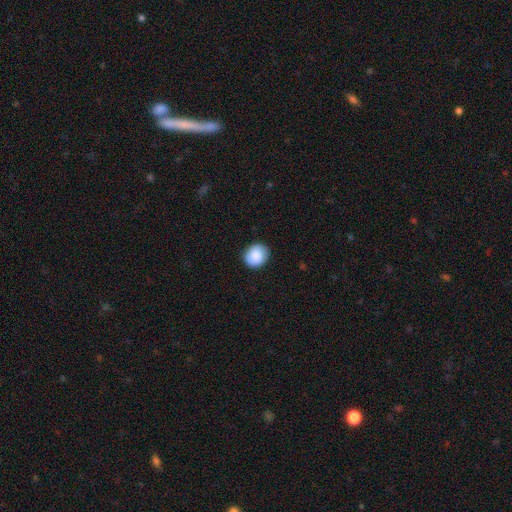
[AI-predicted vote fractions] Smooth or featured? smooth (84%)
How rounded? round (75%)
Merging? none (88%)